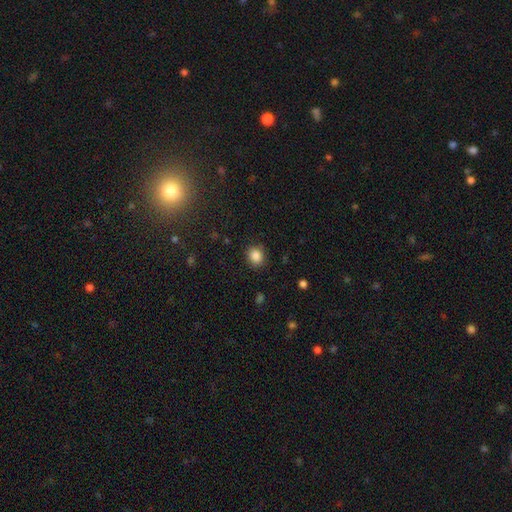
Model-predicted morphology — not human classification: The model was most divided on "how rounded": round: 71%, in between: 28%, cigar-shaped: 1%. More confident: smooth or featured — smooth (86%); merging — none (86%).